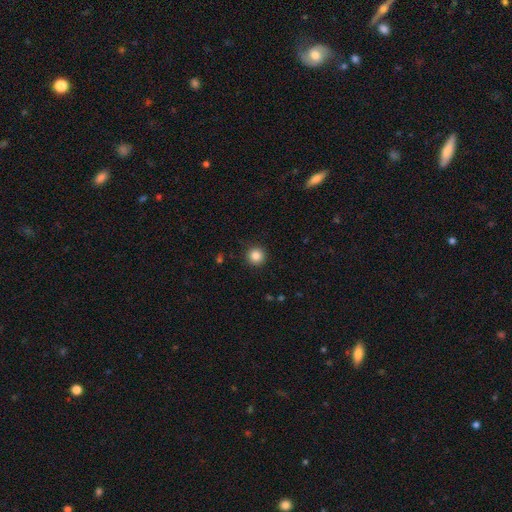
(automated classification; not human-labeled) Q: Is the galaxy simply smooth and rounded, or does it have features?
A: smooth — 85%.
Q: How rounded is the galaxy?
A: round — 95%.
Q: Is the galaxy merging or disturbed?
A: none — 92%.